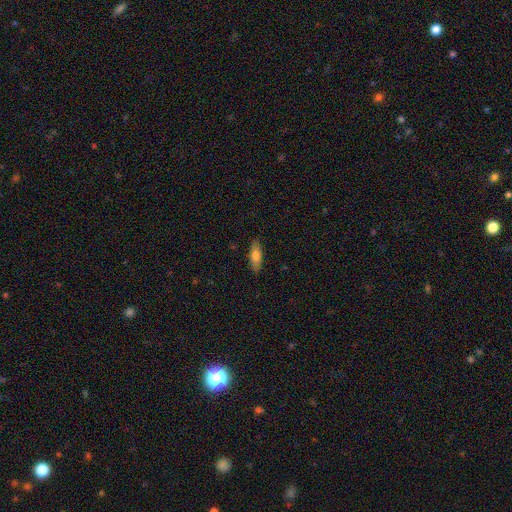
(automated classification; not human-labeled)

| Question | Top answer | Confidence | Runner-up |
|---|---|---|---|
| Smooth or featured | smooth | 72% | featured or disk (22%) |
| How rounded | in between | 61% | cigar-shaped (36%) |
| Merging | none | 87% | minor disturbance (10%) |